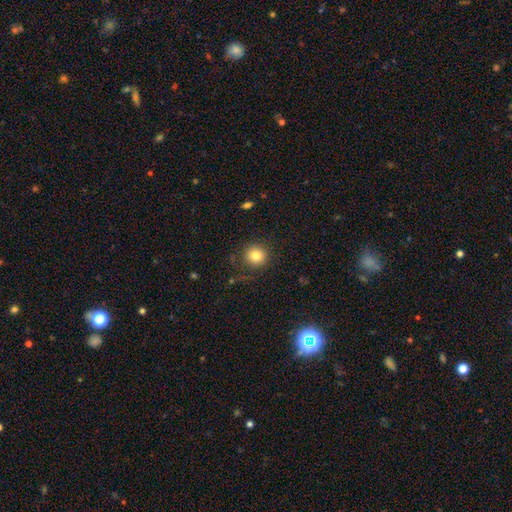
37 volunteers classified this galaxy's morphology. Q: Smooth or featured?
A: smooth (84%); runner-up: featured or disk (11%)
Q: How rounded?
A: round (94%); runner-up: in between (6%)
Q: Merging?
A: none (94%); runner-up: minor disturbance (3%)